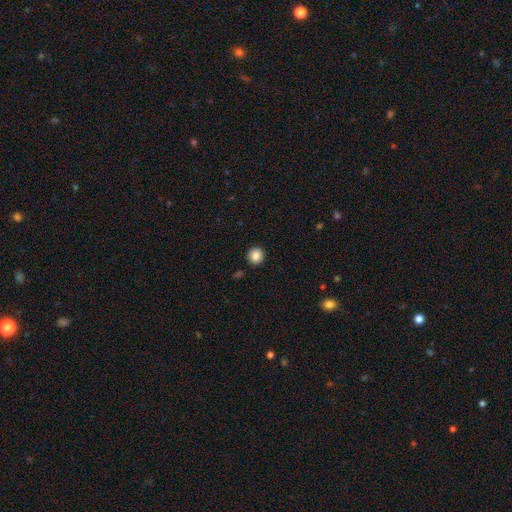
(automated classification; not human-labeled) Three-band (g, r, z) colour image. It shows a smooth galaxy with no disk features (86%) that is round (92%). Merging: none (92%).